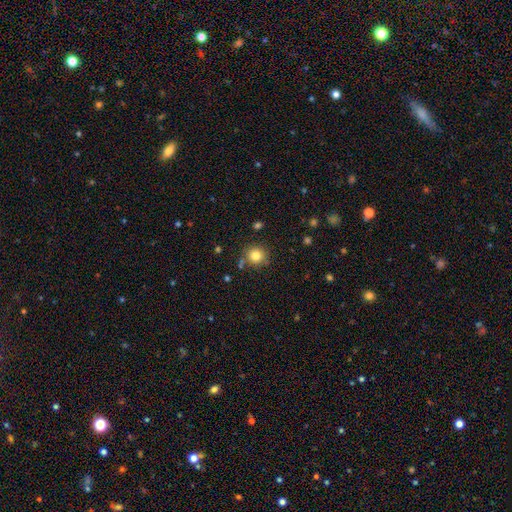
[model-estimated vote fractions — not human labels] A smooth galaxy with no disk features (82%) that is round (91%). Merging: none (82%).